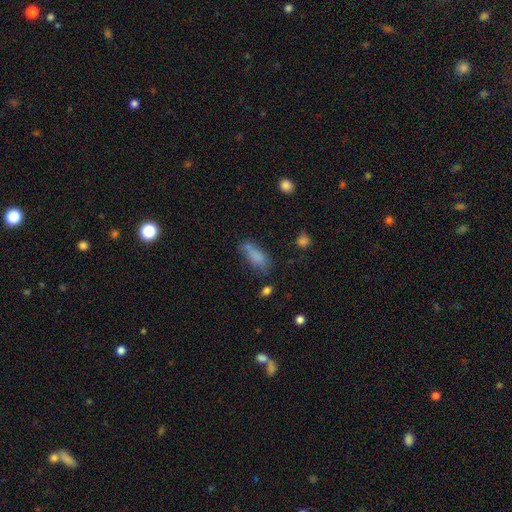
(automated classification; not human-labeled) Q: Smooth or featured?
A: smooth (78%); runner-up: featured or disk (12%)
Q: How rounded?
A: in between (65%); runner-up: cigar-shaped (32%)
Q: Merging?
A: none (55%); runner-up: minor disturbance (27%)